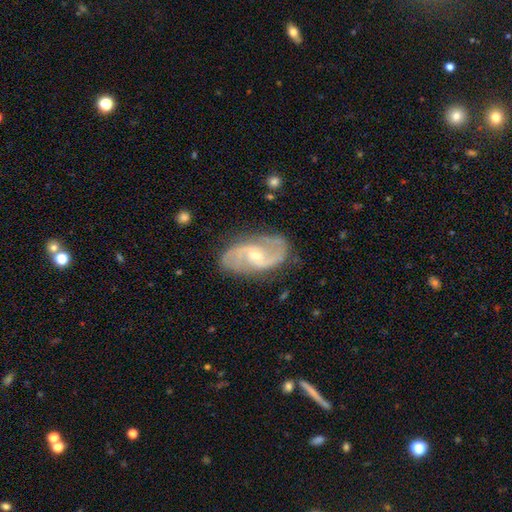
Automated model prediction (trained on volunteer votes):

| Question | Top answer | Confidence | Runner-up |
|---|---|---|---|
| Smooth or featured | featured or disk | 88% | smooth (7%) |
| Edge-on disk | no | 96% | yes (4%) |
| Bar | no | 47% | weak (41%) |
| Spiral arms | yes | 96% | no (4%) |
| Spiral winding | medium | 51% | loose (31%) |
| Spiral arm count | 2 | 88% | can't tell (5%) |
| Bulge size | small | 61% | moderate (36%) |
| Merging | none | 78% | minor disturbance (15%) |